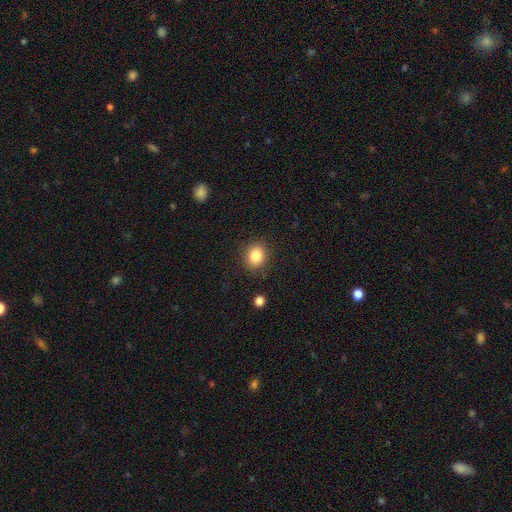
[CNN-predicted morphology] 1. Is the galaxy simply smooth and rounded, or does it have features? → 84% smooth, 10% star or artifact, 6% featured or disk.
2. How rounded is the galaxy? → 68% round, 31% in between, 1% cigar-shaped.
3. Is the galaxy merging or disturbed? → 87% none, 9% minor disturbance, 3% major disturbance, 2% merger.